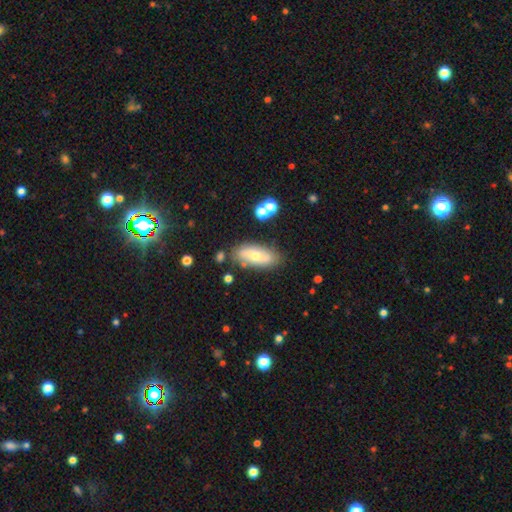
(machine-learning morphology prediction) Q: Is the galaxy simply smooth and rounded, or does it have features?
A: smooth — 56%.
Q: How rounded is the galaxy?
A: in between — 80%.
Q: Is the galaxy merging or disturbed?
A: none — 74%.